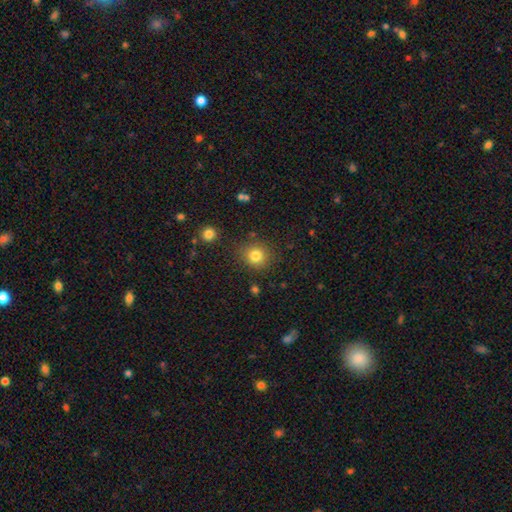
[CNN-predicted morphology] Overall: smooth (82%). How rounded: round (88%). Merging: none (85%).